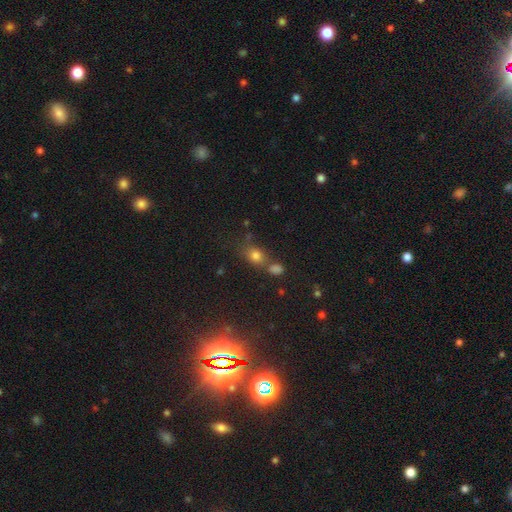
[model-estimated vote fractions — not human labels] Smooth or featured? Predicted: smooth (p=0.69). How rounded? Predicted: round (p=0.54). Merging? Predicted: none (p=0.56).